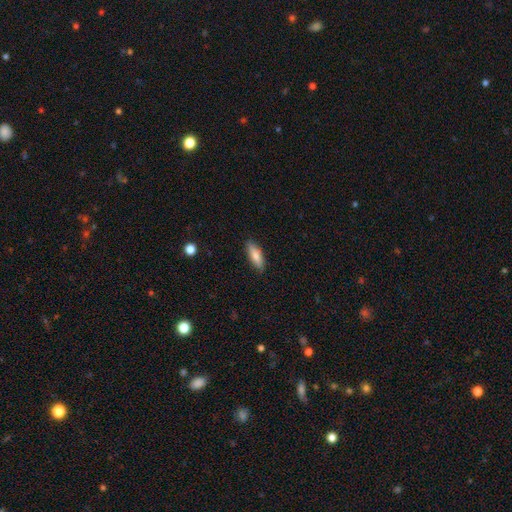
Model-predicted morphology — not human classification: Smooth or featured?
  - smooth: 79% *
  - featured or disk: 15%
  - star or artifact: 6%
How rounded?
  - in between: 54% *
  - cigar-shaped: 43%
  - round: 2%
Merging?
  - none: 85% *
  - minor disturbance: 12%
  - major disturbance: 2%
  - merger: 1%